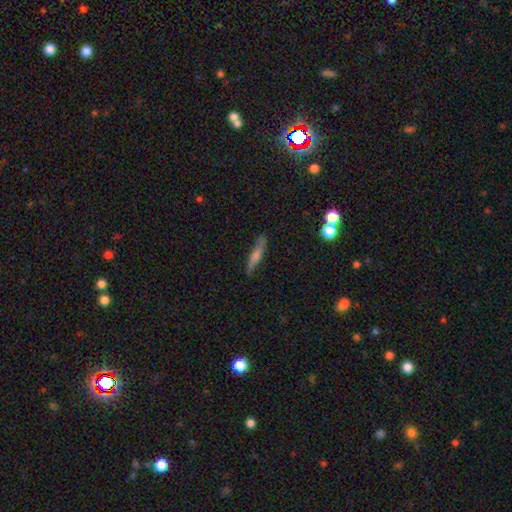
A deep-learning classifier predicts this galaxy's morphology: This appears to be a smooth galaxy with no disk features (50%). Merging: none (79%).